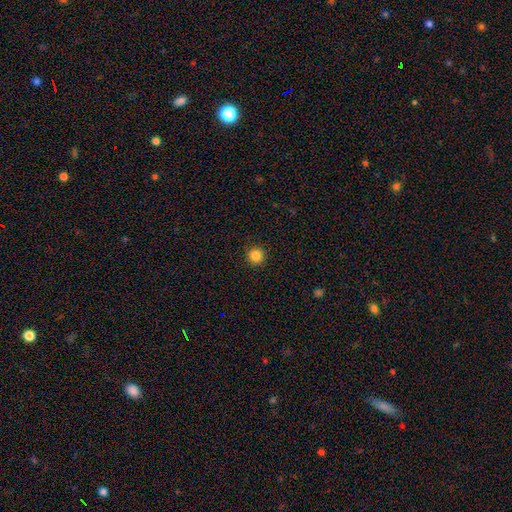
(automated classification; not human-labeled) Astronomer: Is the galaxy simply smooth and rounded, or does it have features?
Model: smooth — 86%.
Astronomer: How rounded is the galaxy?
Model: round — 95%.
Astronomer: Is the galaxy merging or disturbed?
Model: none — 92%.